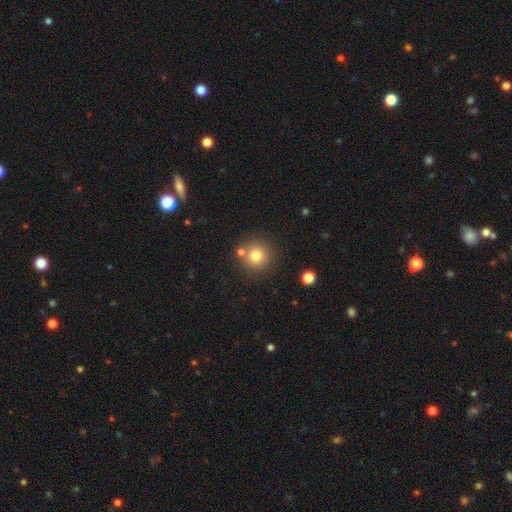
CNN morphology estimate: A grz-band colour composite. It shows a smooth galaxy with no disk features (78%) that is round (94%). Merging: none (77%).